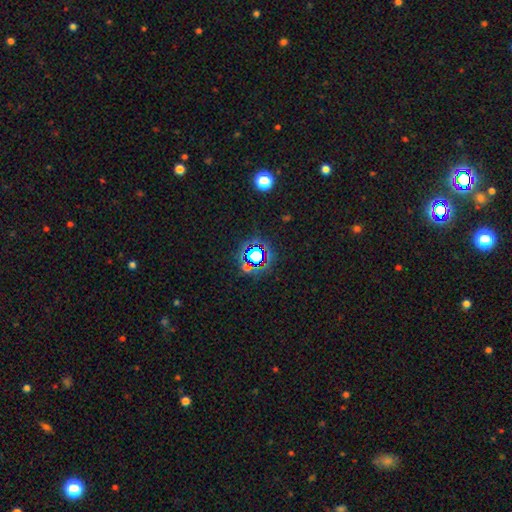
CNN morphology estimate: A star or artifact, not a galaxy (67%).

Vote fractions:
- Smooth or featured? star or artifact: 67% / smooth: 21% / featured or disk: 12%